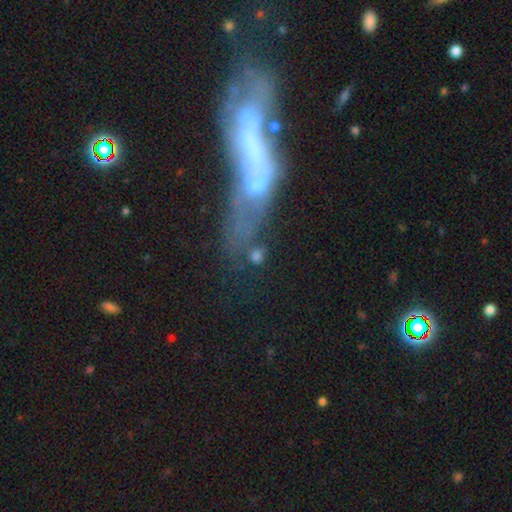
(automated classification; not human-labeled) A smooth galaxy with no disk features (56%) that is round (58%). Merging: none (52%).